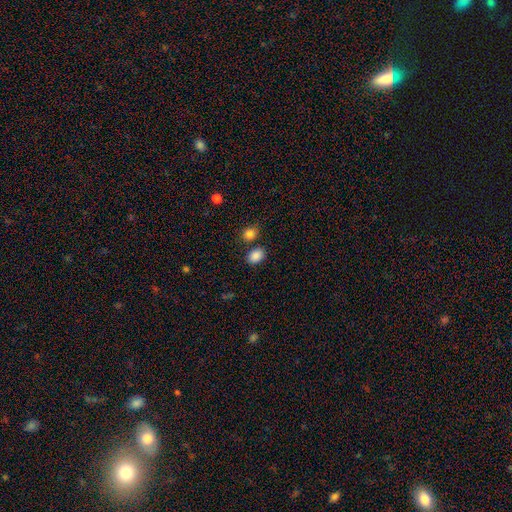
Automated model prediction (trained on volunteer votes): Smooth or featured? smooth (87%)
How rounded? in between (69%)
Merging? none (75%)